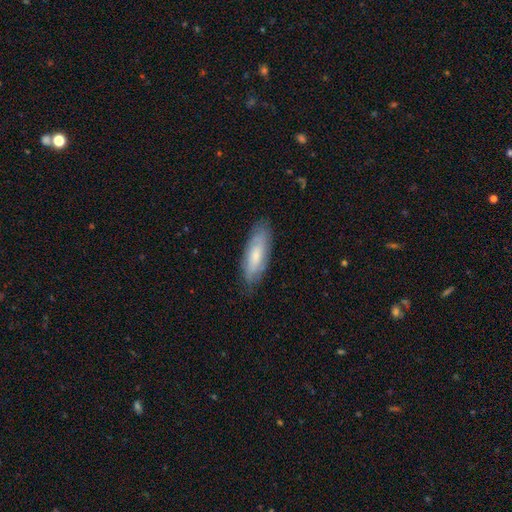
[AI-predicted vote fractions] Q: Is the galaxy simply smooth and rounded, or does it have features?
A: smooth — 60%.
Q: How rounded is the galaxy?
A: in between — 61%.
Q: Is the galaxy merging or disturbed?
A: none — 80%.